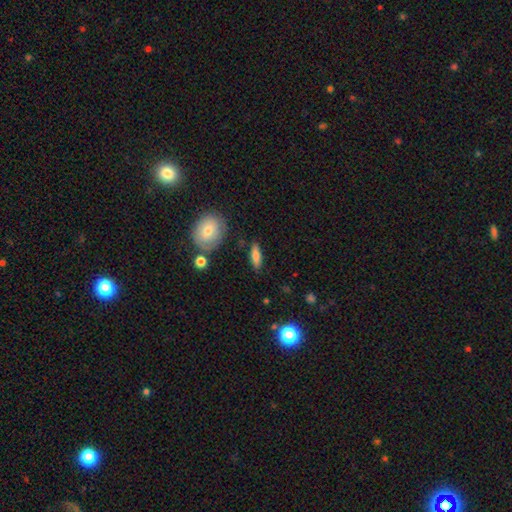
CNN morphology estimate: Smooth or featured? smooth (73%)
How rounded? cigar-shaped (49%)
Merging? none (83%)